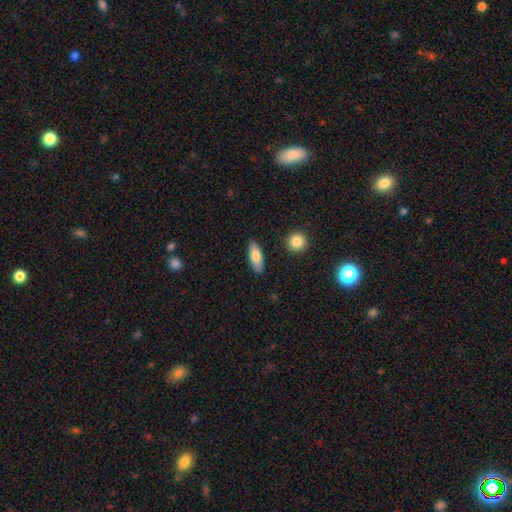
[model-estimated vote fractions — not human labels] A smooth galaxy with no disk features (78%) that is in between round and cigar-shaped (72%). Merging: none (87%).